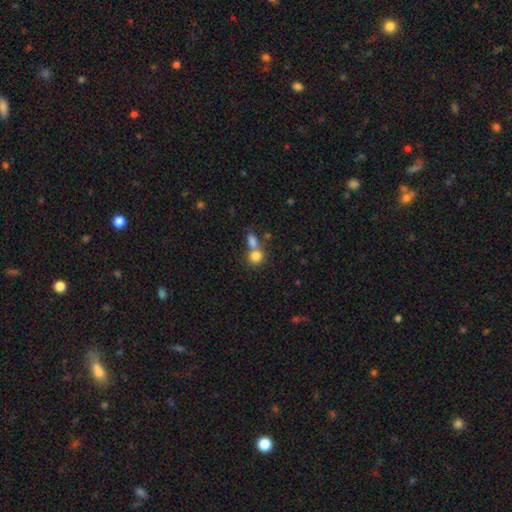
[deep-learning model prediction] A smooth galaxy with no disk features (81%) that is round (68%). Merging: merger (49%).